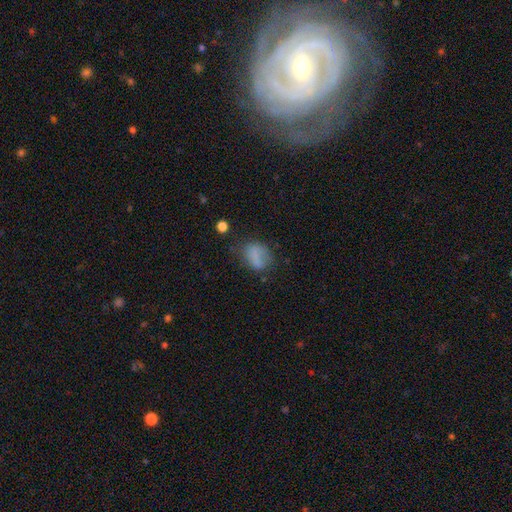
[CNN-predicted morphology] smooth-or-featured: smooth: 74% | featured or disk: 14% | star or artifact: 12%
  how-rounded: in between: 63% | round: 34% | cigar-shaped: 3%
  merging: none: 55% | minor disturbance: 26% | major disturbance: 15% | merger: 4%